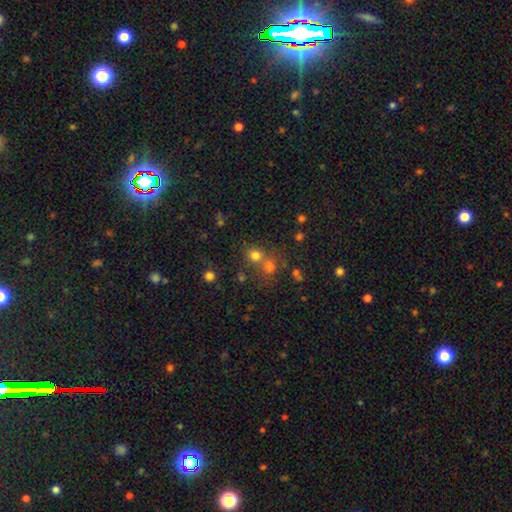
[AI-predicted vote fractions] Overall: smooth (72%). How rounded: round (84%). Merging: none (53%; merger 37%).